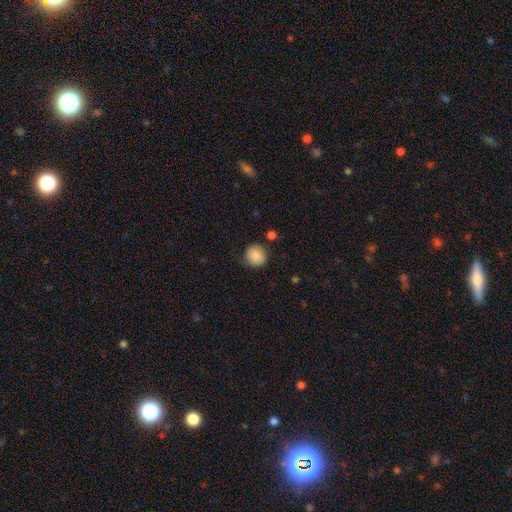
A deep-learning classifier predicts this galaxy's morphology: The model was most divided on "merging": none: 85%, minor disturbance: 10%, major disturbance: 3%, merger: 2%. More confident: how rounded — round (93%); smooth or featured — smooth (86%).